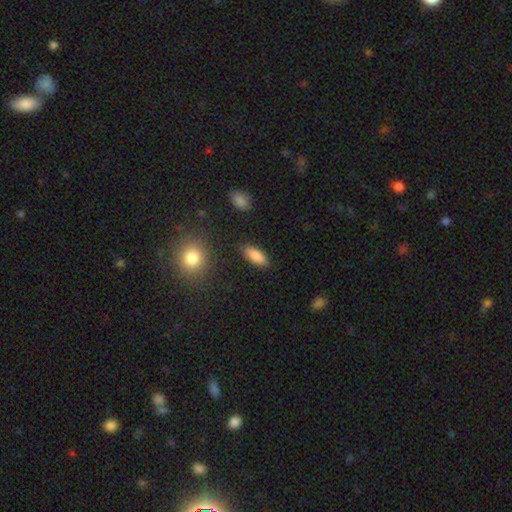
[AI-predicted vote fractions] Smooth or featured?
  - smooth: 88% *
  - star or artifact: 7%
  - featured or disk: 6%
How rounded?
  - in between: 80% *
  - cigar-shaped: 17%
  - round: 2%
Merging?
  - none: 87% *
  - minor disturbance: 9%
  - major disturbance: 3%
  - merger: 2%